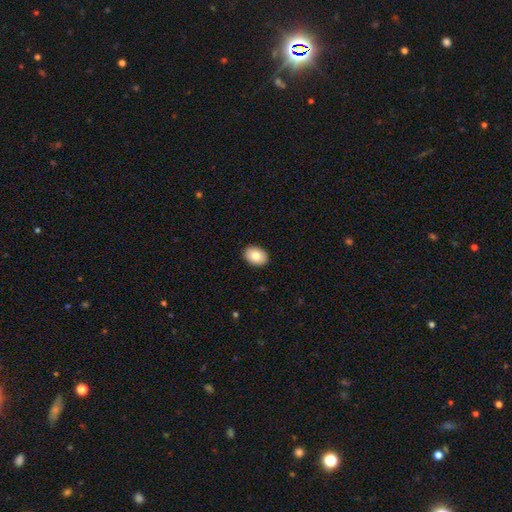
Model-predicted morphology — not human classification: smooth-or-featured: smooth: 81% | featured or disk: 11% | star or artifact: 7%
  how-rounded: in between: 76% | round: 23% | cigar-shaped: 1%
  merging: none: 91% | minor disturbance: 7% | major disturbance: 2% | merger: 1%